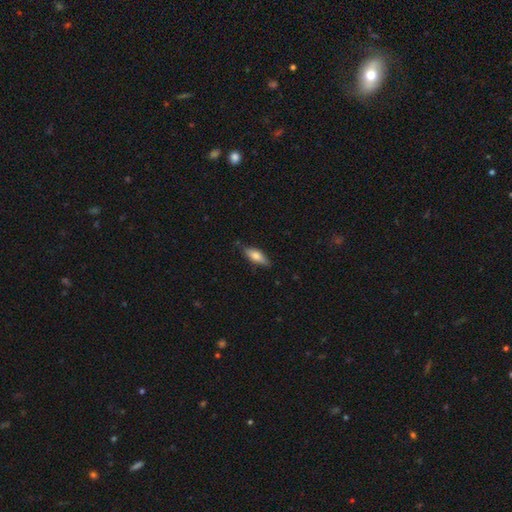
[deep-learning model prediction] A smooth galaxy with no disk features (69%) that is in between round and cigar-shaped (63%). Merging: none (78%).